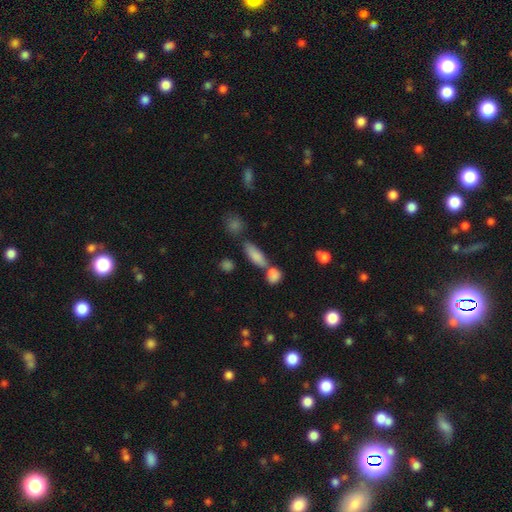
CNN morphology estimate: Overall: smooth (81%). How rounded: in between (60%; cigar-shaped 35%). Merging: none (54%; merger 29%).